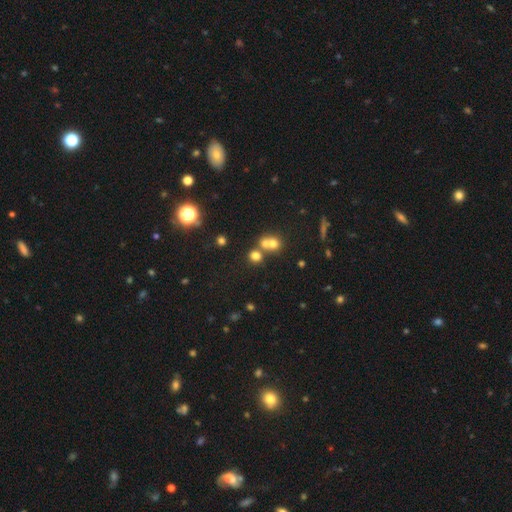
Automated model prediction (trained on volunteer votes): This appears to be a smooth galaxy with no disk features (68%) that is round (79%). Merging: merger (46%).